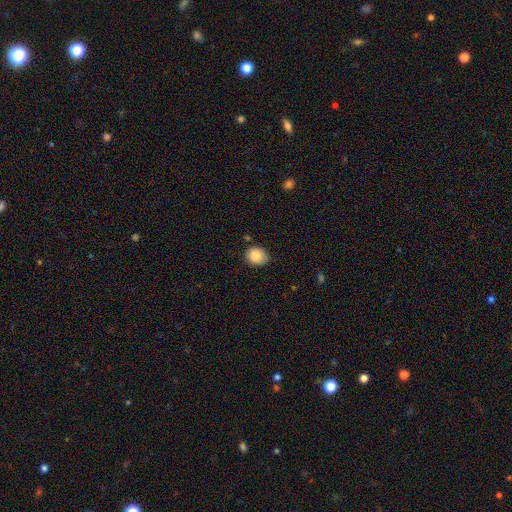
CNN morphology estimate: A smooth galaxy with no disk features (86%) that is round (58%).

Vote fractions:
- Smooth or featured? smooth: 86% / star or artifact: 8% / featured or disk: 6%
- How rounded? round: 58% / in between: 41% / cigar-shaped: 1%
- Merging? none: 75% / minor disturbance: 20% / major disturbance: 3% / merger: 2%